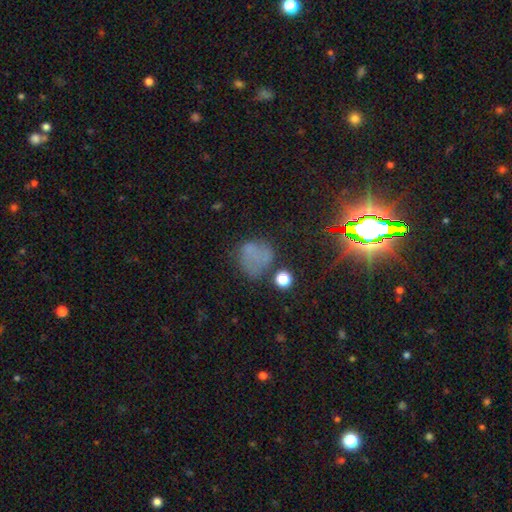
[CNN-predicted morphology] A smooth galaxy with no disk features (51%) that is round (74%). Merging: none (55%).